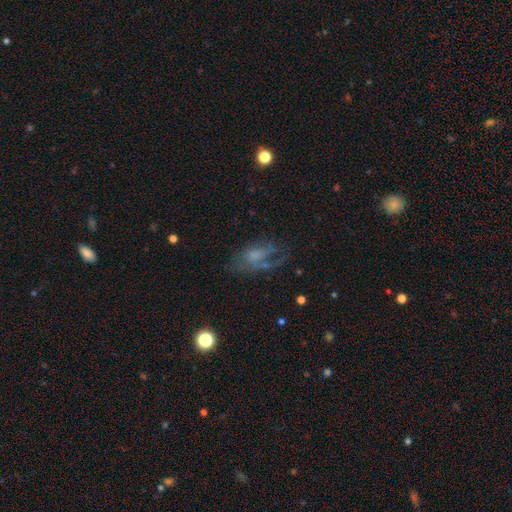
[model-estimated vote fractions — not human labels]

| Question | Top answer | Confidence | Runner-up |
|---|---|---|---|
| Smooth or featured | featured or disk | 50% | smooth (35%) |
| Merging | none | 39% | major disturbance (36%) |